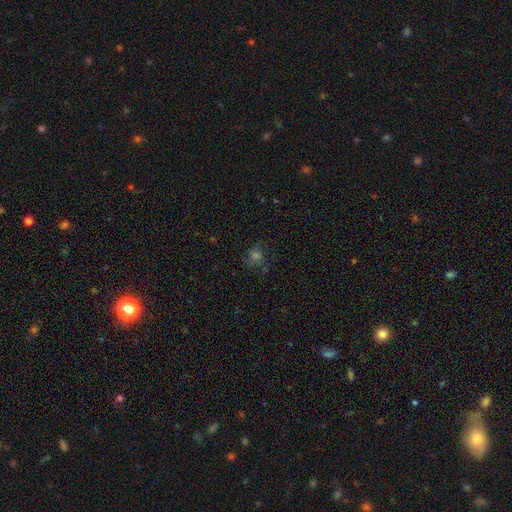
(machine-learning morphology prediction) This is possibly a smooth galaxy (47%). Merging: likely none (72%).